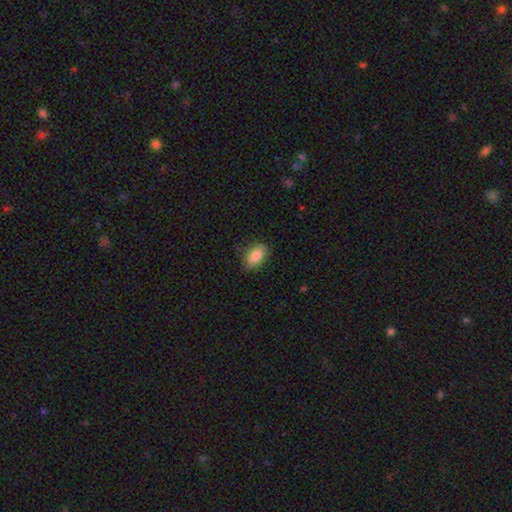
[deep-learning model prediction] smooth-or-featured: smooth: 86% | star or artifact: 7% | featured or disk: 7%
  how-rounded: in between: 90% | round: 7% | cigar-shaped: 3%
  merging: none: 80% | minor disturbance: 15% | major disturbance: 3% | merger: 1%